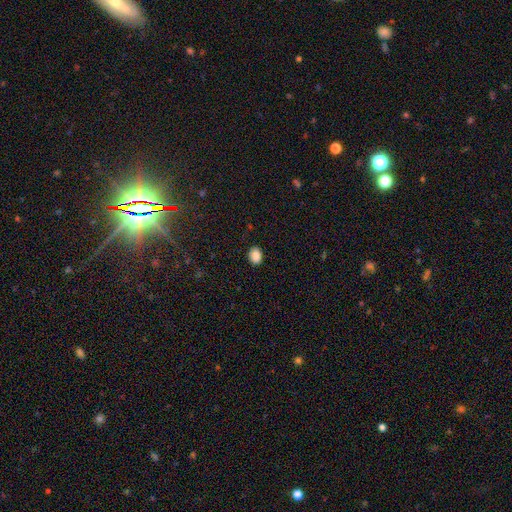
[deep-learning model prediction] This appears to be a smooth galaxy with no disk features (88%) that is in between round and cigar-shaped (67%). Merging: none (87%).